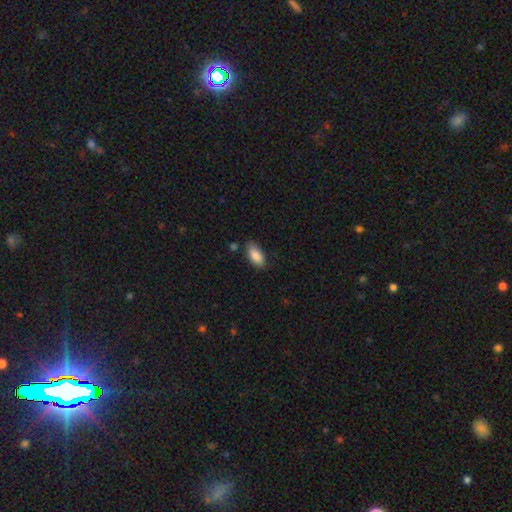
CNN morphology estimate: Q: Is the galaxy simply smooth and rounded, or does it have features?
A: smooth — 87%.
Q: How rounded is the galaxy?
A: in between — 89%.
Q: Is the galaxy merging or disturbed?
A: none — 78%.